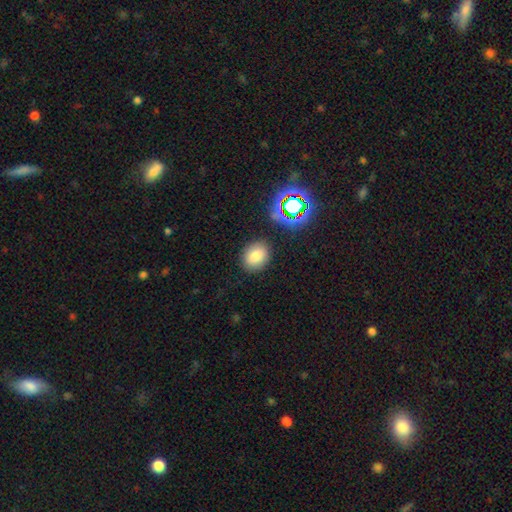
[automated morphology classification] type=smooth (79%); roundness=in between (52%); merging=none (85%).